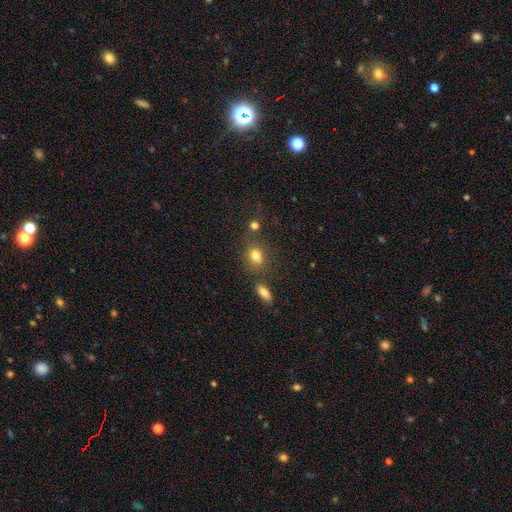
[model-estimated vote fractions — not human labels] Morphology: type=smooth (79%); roundness=in between (53%); merging=none (62%).